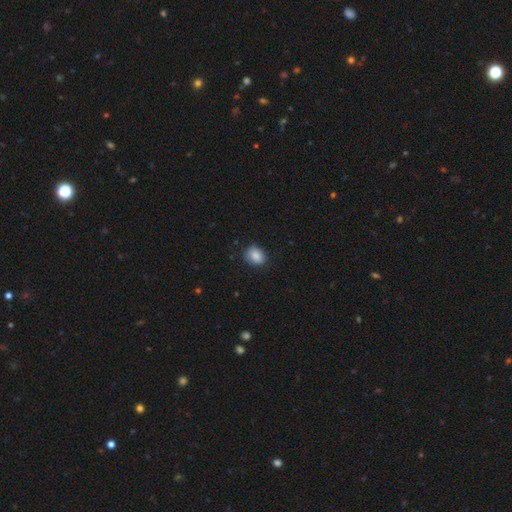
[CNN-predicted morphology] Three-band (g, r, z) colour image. It shows a smooth galaxy with no disk features (86%) that is in between round and cigar-shaped (53%). Merging: none (79%).